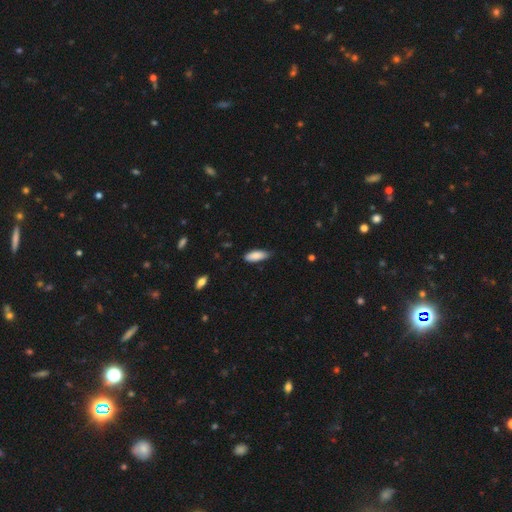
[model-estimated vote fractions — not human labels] smooth 87%, featured or disk 7%, star or artifact 6%. Down the decision tree: how rounded — in between (71%); merging — none (74%).